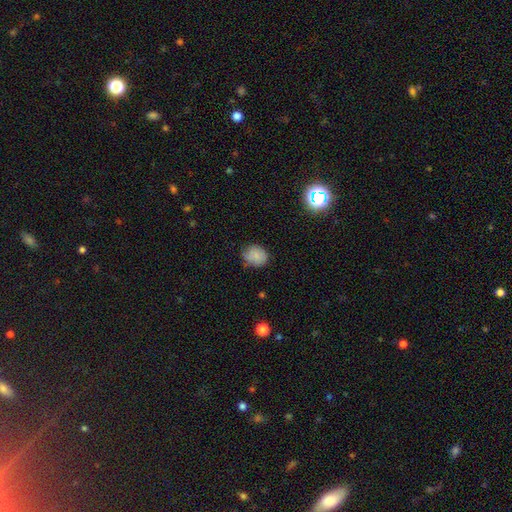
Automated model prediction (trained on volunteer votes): Overall: smooth (76%). How rounded: round (61%; in between 38%). Merging: none (61%; minor disturbance 30%).